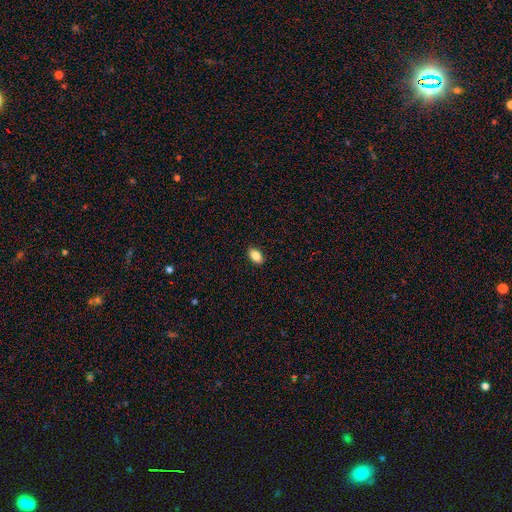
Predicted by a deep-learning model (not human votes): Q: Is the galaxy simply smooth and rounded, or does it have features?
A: smooth — 86%.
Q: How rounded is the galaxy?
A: in between — 90%.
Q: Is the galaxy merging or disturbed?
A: none — 90%.